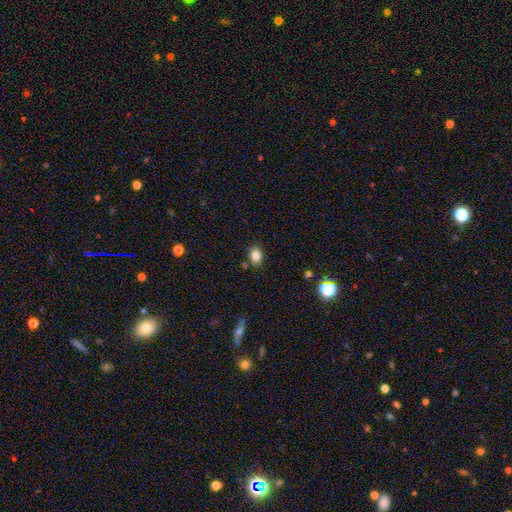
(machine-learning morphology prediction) This is clearly a smooth galaxy (83%). How rounded: likely in between (72%). Merging: clearly none (81%).